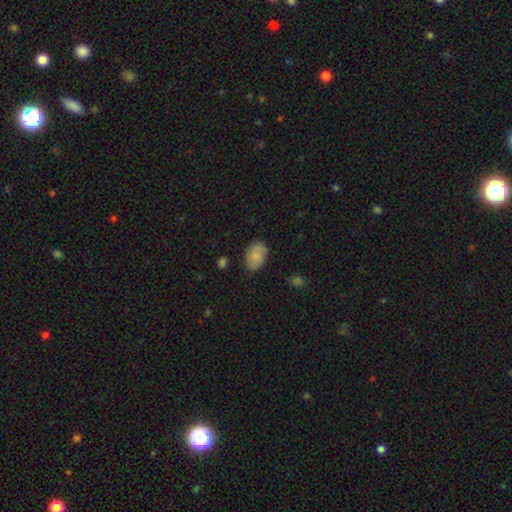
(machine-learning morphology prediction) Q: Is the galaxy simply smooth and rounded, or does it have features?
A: smooth — 83%.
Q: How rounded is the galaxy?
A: in between — 86%.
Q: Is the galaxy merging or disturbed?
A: none — 80%.